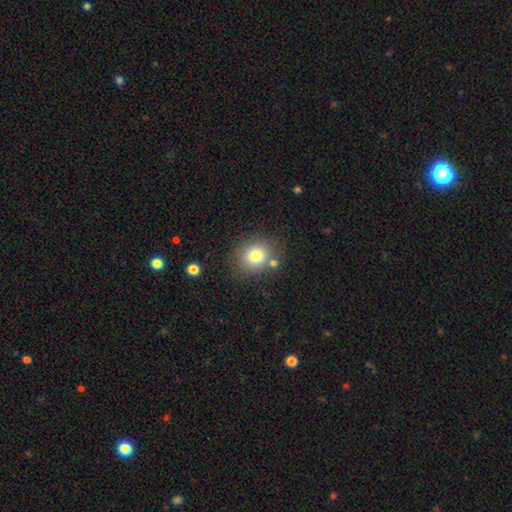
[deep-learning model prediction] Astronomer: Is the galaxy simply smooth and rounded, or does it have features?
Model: smooth — 77%.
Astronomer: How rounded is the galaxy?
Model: round — 77%.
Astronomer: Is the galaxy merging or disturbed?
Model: none — 75%.